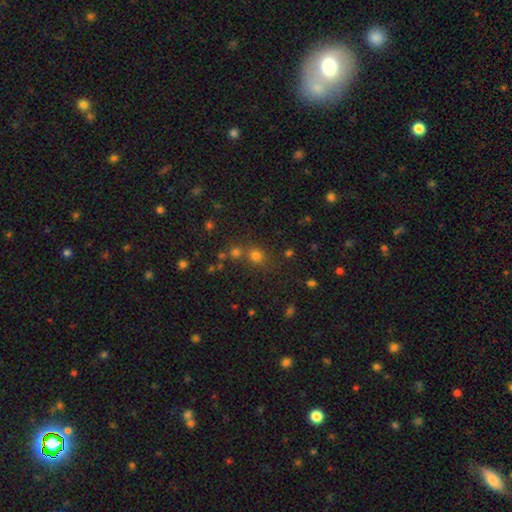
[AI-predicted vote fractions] Smooth or featured?
  - smooth: 69% *
  - star or artifact: 23%
  - featured or disk: 7%
How rounded?
  - round: 83% *
  - in between: 16%
  - cigar-shaped: 1%
Merging?
  - none: 66% *
  - merger: 21%
  - minor disturbance: 9%
  - major disturbance: 4%